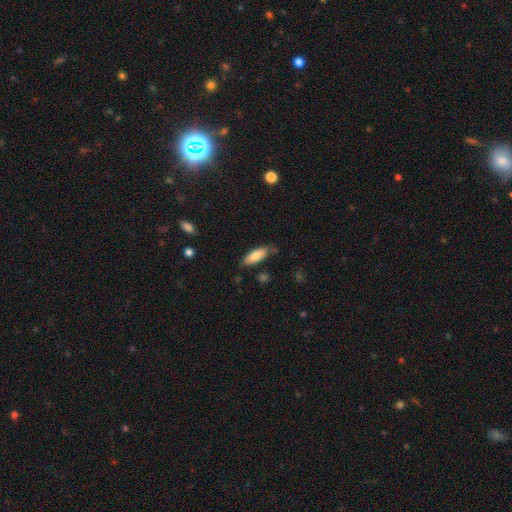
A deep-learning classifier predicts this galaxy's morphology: Q: Smooth or featured?
A: smooth (82%); runner-up: featured or disk (12%)
Q: How rounded?
A: in between (70%); runner-up: cigar-shaped (29%)
Q: Merging?
A: none (71%); runner-up: minor disturbance (22%)